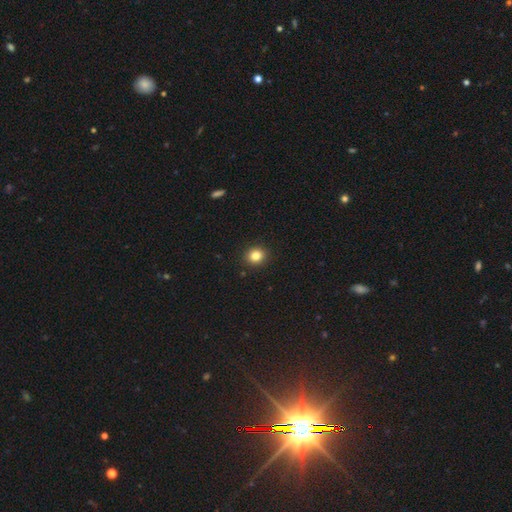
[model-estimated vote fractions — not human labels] A smooth galaxy with no disk features (83%) that is round (82%).

Vote fractions:
- Smooth or featured? smooth: 83% / star or artifact: 11% / featured or disk: 6%
- How rounded? round: 82% / in between: 18% / cigar-shaped: 1%
- Merging? none: 92% / minor disturbance: 6% / major disturbance: 2% / merger: 1%